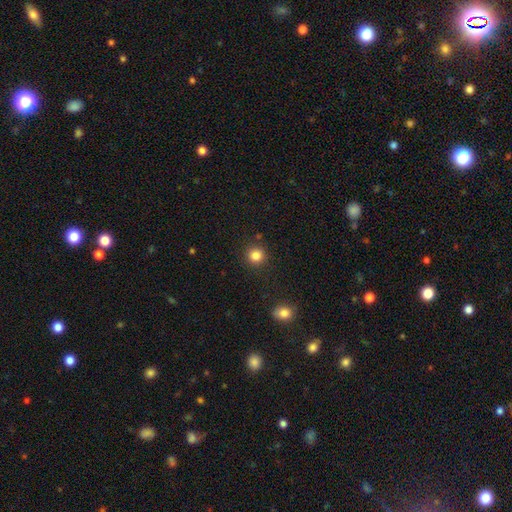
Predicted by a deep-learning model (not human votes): A smooth galaxy with no disk features (84%) that is round (93%). Merging: none (89%).